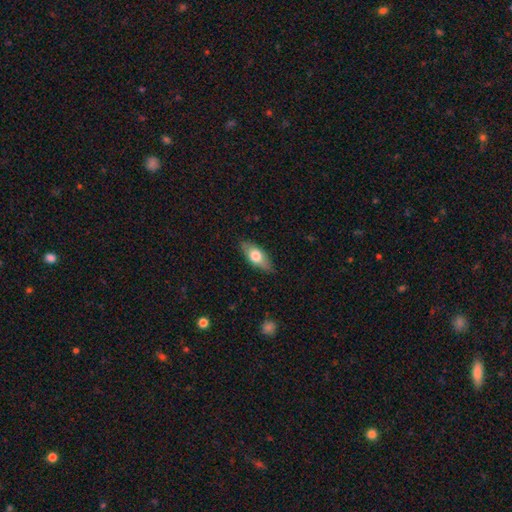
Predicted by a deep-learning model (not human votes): This is likely a smooth galaxy (64%). How rounded: likely in between (79%). Merging: clearly none (82%).